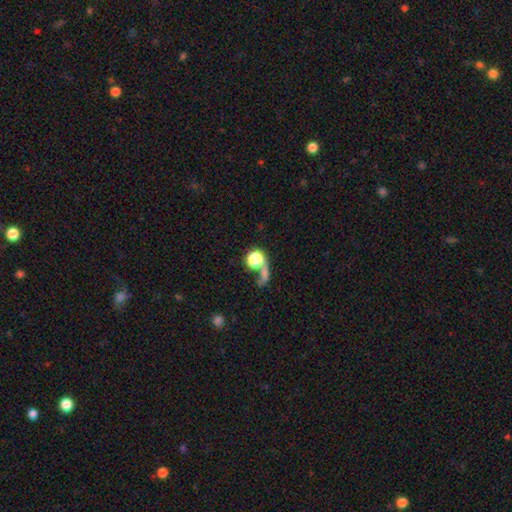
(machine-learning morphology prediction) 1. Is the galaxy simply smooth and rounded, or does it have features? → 56% smooth, 29% star or artifact, 15% featured or disk.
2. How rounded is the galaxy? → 80% round, 16% in between, 3% cigar-shaped.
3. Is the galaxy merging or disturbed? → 48% none, 27% merger, 15% major disturbance, 10% minor disturbance.